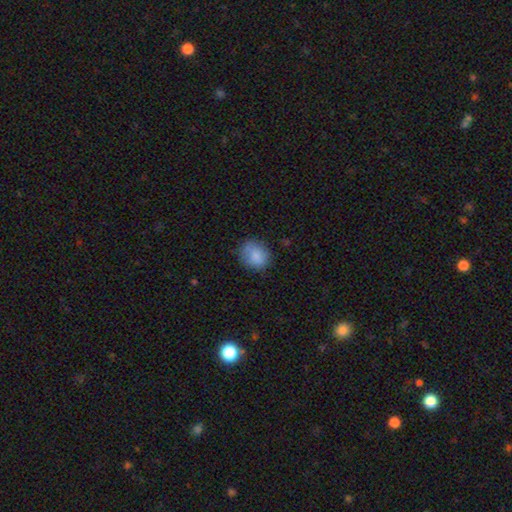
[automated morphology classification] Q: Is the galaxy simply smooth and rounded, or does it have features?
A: smooth — 83%.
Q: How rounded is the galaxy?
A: round — 62%.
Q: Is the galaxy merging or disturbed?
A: none — 73%.